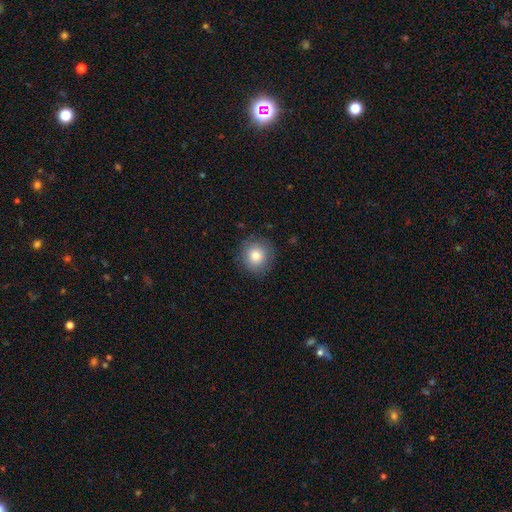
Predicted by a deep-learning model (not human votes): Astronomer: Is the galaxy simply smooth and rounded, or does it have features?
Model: smooth — 80%.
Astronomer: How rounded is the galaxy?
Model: round — 91%.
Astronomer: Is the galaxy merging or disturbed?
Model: none — 86%.